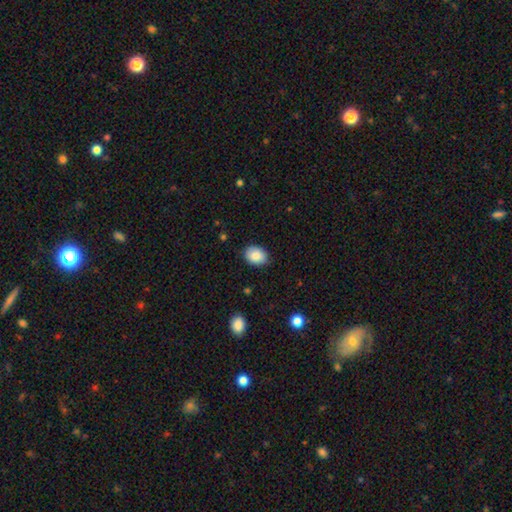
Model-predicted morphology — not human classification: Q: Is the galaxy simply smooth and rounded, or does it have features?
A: smooth — 87%.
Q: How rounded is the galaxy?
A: in between — 68%.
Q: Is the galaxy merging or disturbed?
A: none — 85%.